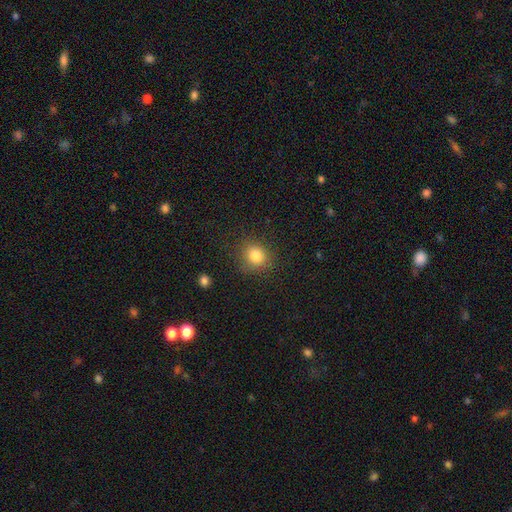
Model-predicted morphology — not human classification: A smooth galaxy with no disk features (83%) that is round (78%).

Vote fractions:
- Smooth or featured? smooth: 83% / star or artifact: 12% / featured or disk: 6%
- How rounded? round: 78% / in between: 21% / cigar-shaped: 1%
- Merging? none: 82% / minor disturbance: 12% / major disturbance: 4% / merger: 2%